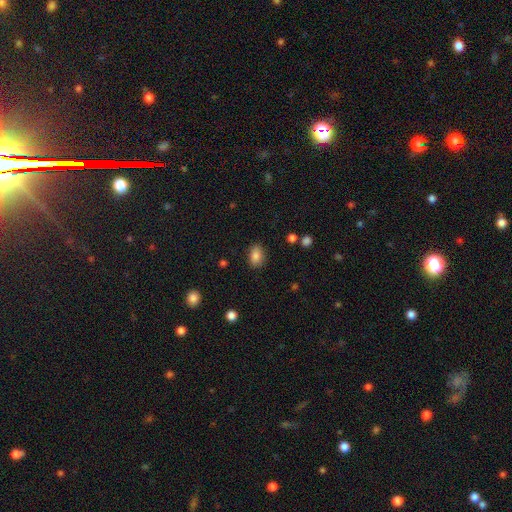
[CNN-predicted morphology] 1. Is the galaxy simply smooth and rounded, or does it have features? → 85% smooth, 9% star or artifact, 6% featured or disk.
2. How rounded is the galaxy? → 83% in between, 16% round, 1% cigar-shaped.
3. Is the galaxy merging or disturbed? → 86% none, 10% minor disturbance, 3% major disturbance, 1% merger.